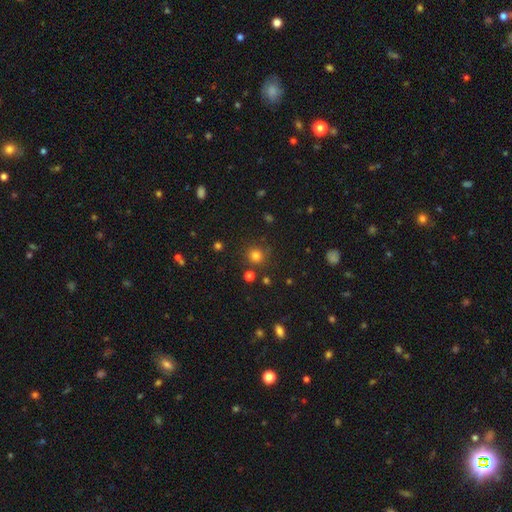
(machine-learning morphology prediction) type=smooth (78%); roundness=round (92%); merging=none (82%).